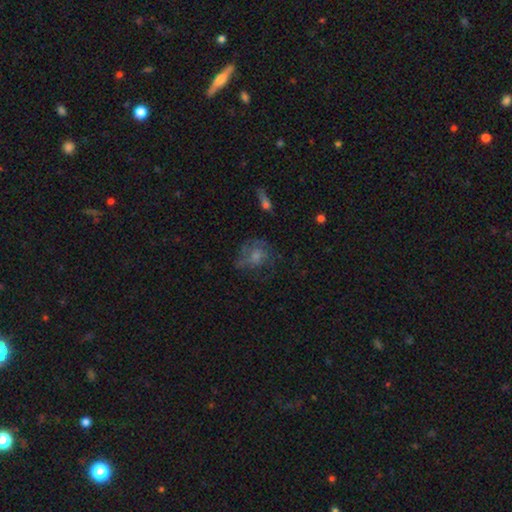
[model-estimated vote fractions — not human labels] This is marginally a smooth galaxy (44%). Merging: possibly none (51%).